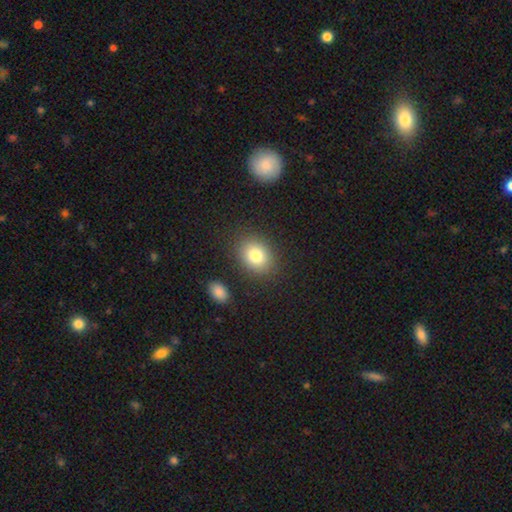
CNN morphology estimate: Overall: smooth (80%). How rounded: in between (51%; round 48%). Merging: none (85%).